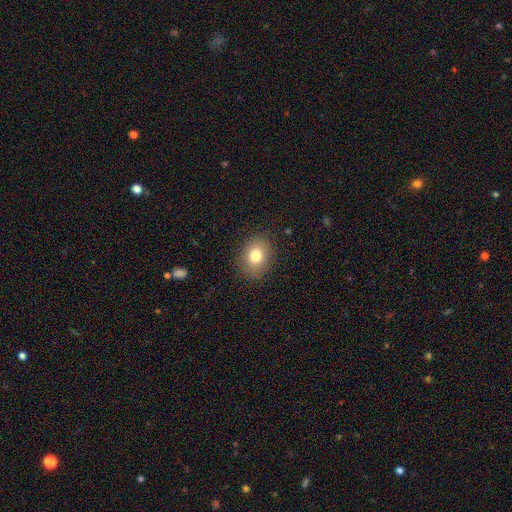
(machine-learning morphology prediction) A smooth galaxy with no disk features (79%) that is in between round and cigar-shaped (55%).

Vote fractions:
- Smooth or featured? smooth: 79% / featured or disk: 11% / star or artifact: 10%
- How rounded? in between: 55% / round: 44% / cigar-shaped: 1%
- Merging? none: 86% / minor disturbance: 10% / major disturbance: 3% / merger: 1%